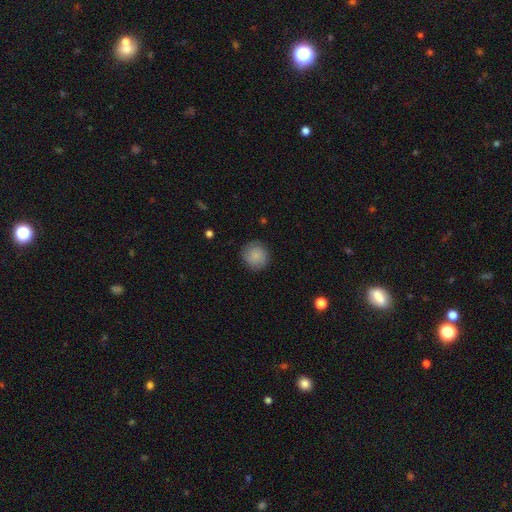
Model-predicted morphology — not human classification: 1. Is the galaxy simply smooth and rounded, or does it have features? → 82% smooth, 10% featured or disk, 7% star or artifact.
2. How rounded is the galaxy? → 91% round, 8% in between, 1% cigar-shaped.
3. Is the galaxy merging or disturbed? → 85% none, 11% minor disturbance, 3% major disturbance, 1% merger.